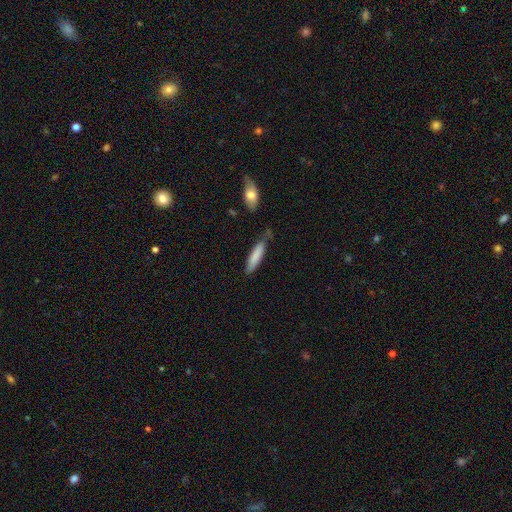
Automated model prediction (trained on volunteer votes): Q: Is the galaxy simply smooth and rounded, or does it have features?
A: smooth — 83%.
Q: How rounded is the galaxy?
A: cigar-shaped — 77%.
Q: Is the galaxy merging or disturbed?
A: none — 66%.